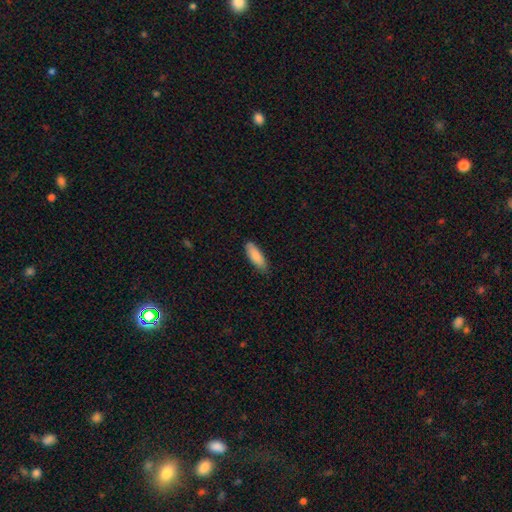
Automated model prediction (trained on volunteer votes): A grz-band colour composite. It shows a smooth galaxy with no disk features (87%) that is in between round and cigar-shaped (62%). Merging: none (83%).